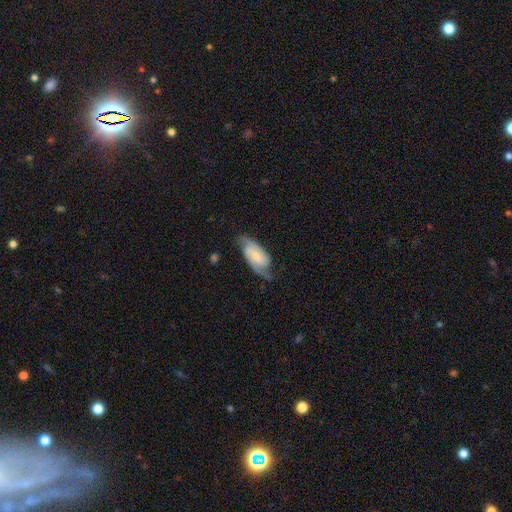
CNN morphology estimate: smooth_or_featured: featured or disk (p=0.66) [alt: smooth p=0.28]
disk_edge_on: no (p=0.94) [alt: yes p=0.06]
bar: weak (p=0.42) [alt: no p=0.41]
has_spiral_arms: yes (p=0.93) [alt: no p=0.07]
spiral_winding: medium (p=0.46) [alt: tight p=0.29]
spiral_arm_count: 2 (p=0.83) [alt: can't tell p=0.09]
bulge_size: small (p=0.46) [alt: none p=0.23]
merging: none (p=0.60) [alt: minor disturbance p=0.26]